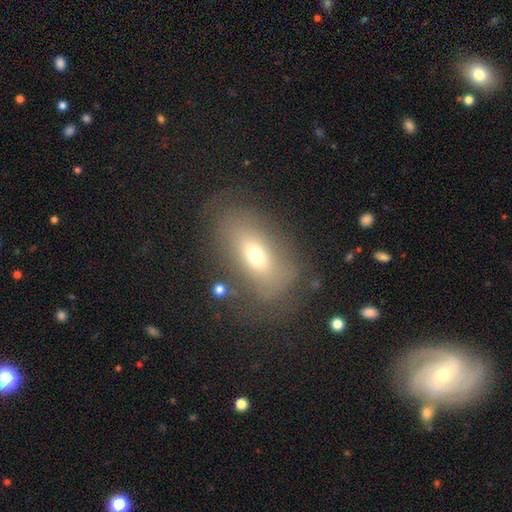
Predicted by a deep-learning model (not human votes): smooth 59%, featured or disk 28%, star or artifact 13%. Down the decision tree: how rounded — in between (84%); merging — none (69%).